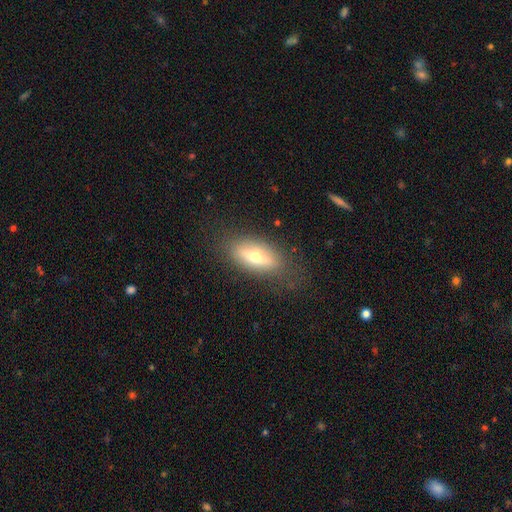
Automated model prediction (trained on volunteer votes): Smooth or featured: smooth — 56% (featured or disk — 36%)
How rounded: in between — 74% (cigar-shaped — 21%)
Merging: none — 77% (minor disturbance — 15%)